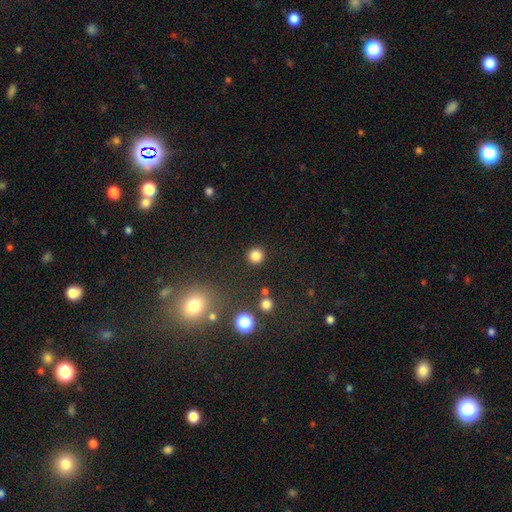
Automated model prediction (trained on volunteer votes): smooth-or-featured: smooth: 83% | star or artifact: 13% | featured or disk: 4%
  how-rounded: round: 94% | in between: 5% | cigar-shaped: 1%
  merging: none: 91% | minor disturbance: 5% | major disturbance: 2% | merger: 2%